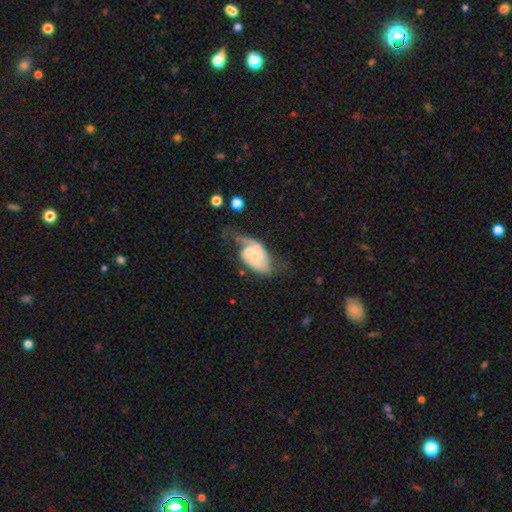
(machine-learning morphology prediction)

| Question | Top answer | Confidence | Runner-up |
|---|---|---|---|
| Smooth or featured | featured or disk | 73% | smooth (20%) |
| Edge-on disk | no | 97% | yes (3%) |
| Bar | no | 65% | weak (30%) |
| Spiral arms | yes | 89% | no (11%) |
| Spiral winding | medium | 40% | tied: loose (40%) |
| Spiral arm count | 2 | 66% | 1 (21%) |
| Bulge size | small | 48% | moderate (25%) |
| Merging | major disturbance | 35% | none (31%) |